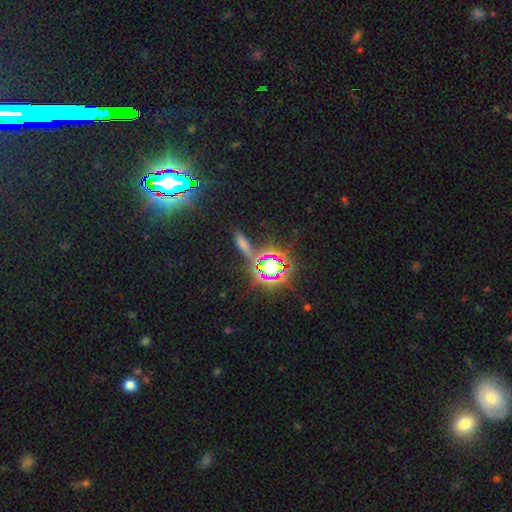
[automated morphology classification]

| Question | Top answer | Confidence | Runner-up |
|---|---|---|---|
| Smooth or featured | star or artifact | 81% | smooth (12%) |